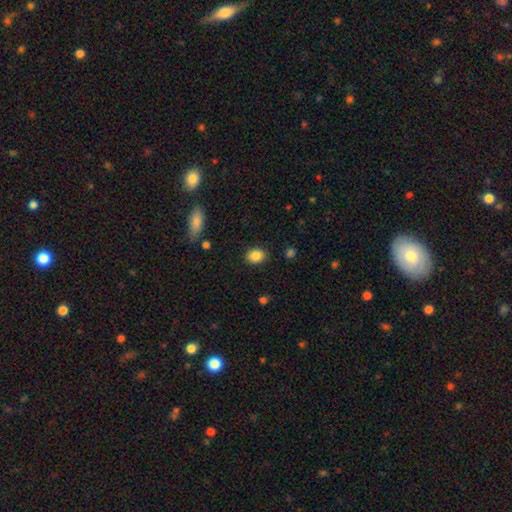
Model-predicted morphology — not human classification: This is clearly a smooth galaxy (86%). How rounded: likely in between (61%). Merging: clearly none (88%).